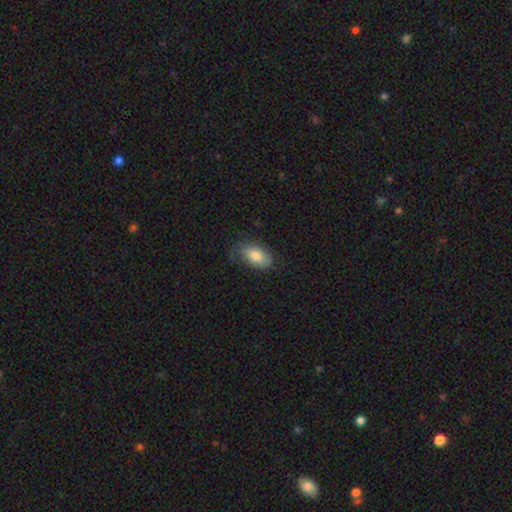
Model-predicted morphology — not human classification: Overall: smooth (75%). How rounded: in between (93%). Merging: none (61%; minor disturbance 27%).